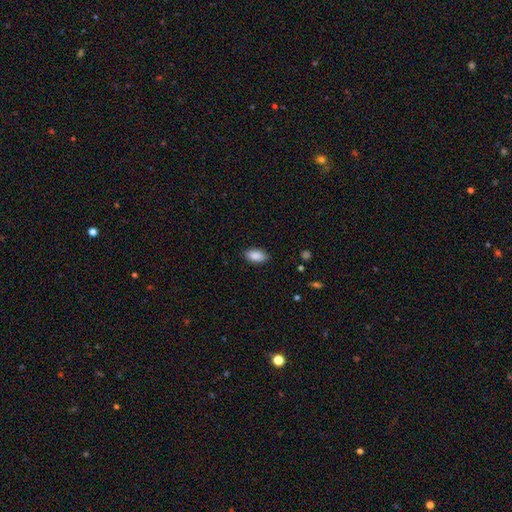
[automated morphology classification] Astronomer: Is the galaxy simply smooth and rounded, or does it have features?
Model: smooth — 89%.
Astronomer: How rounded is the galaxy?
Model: in between — 93%.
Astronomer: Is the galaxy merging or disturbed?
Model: none — 87%.